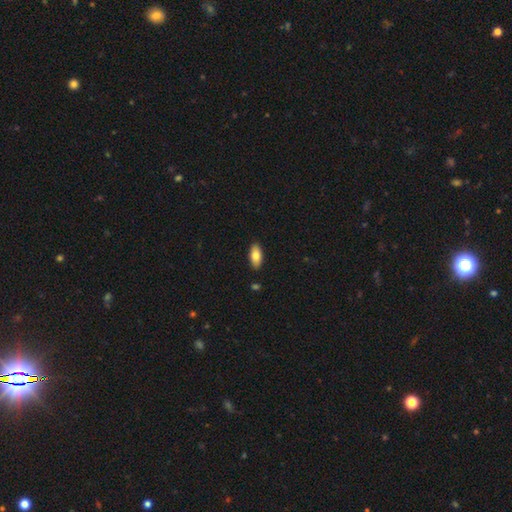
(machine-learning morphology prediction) smooth 80%, featured or disk 14%, star or artifact 6%. Down the decision tree: how rounded — in between (90%); merging — none (89%).